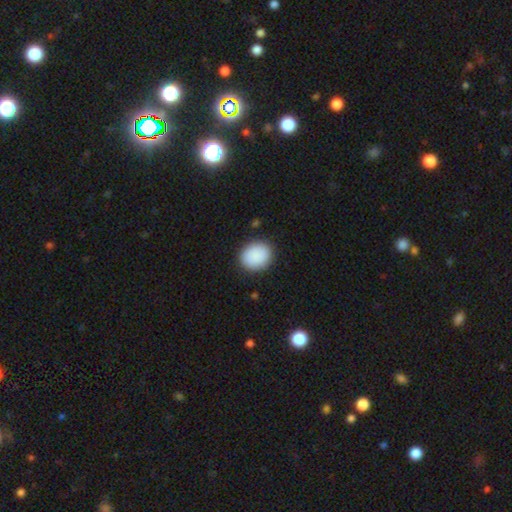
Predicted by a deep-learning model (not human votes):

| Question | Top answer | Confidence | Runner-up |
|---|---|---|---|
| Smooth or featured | smooth | 90% | star or artifact (7%) |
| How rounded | round | 66% | in between (34%) |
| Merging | none | 89% | minor disturbance (8%) |